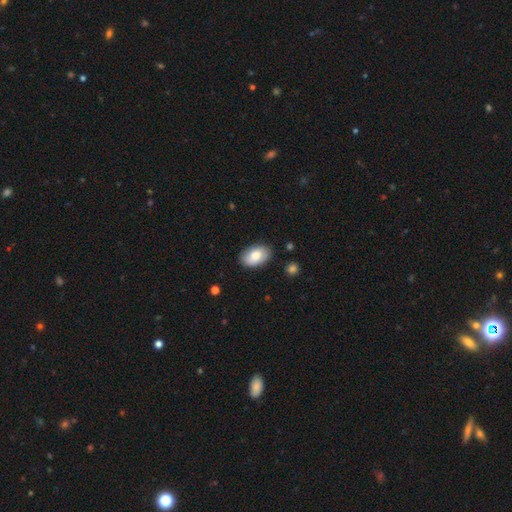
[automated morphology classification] smooth_or_featured: smooth (p=0.80) [alt: featured or disk p=0.14]
how_rounded: in between (p=0.93) [alt: round p=0.06]
merging: none (p=0.84) [alt: minor disturbance p=0.12]